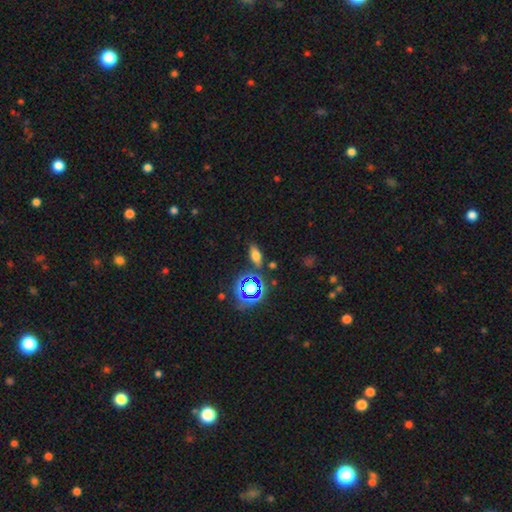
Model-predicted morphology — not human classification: Overall: smooth (63%). How rounded: in between (72%). Merging: none (81%).